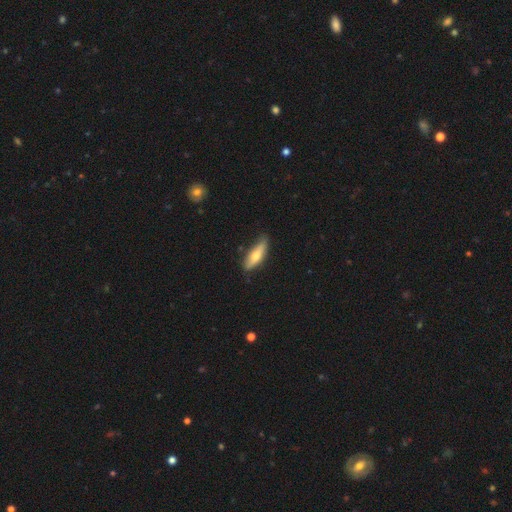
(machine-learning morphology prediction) This is likely a smooth galaxy (63%). How rounded: possibly cigar-shaped (54%). Merging: likely none (72%).